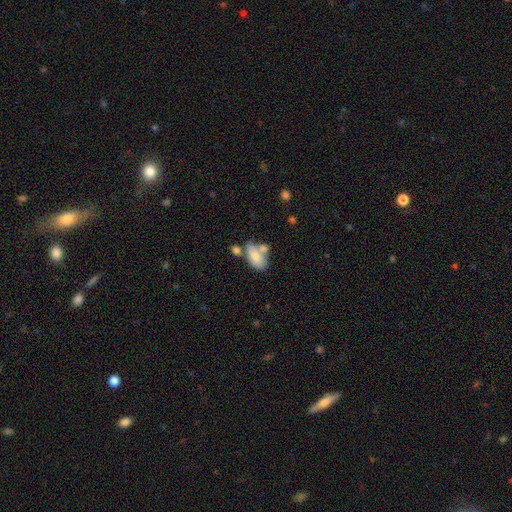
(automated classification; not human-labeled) Smooth or featured? Predicted: smooth (p=0.76). How rounded? Predicted: in between (p=0.90). Merging? Predicted: none (p=0.42).